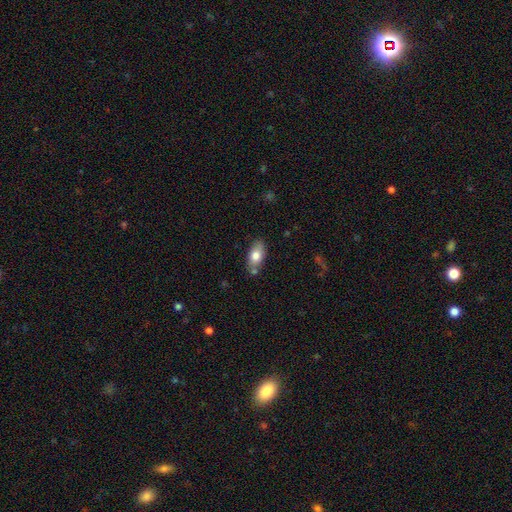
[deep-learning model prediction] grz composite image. It shows a smooth galaxy with no disk features (77%) that is in between round and cigar-shaped (89%). Merging: none (72%).